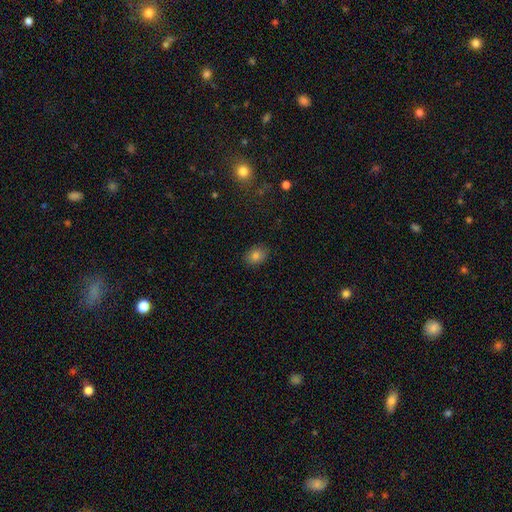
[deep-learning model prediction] Smooth or featured: smooth — 82% (star or artifact — 12%)
How rounded: in between — 62% (round — 37%)
Merging: none — 88% (minor disturbance — 9%)